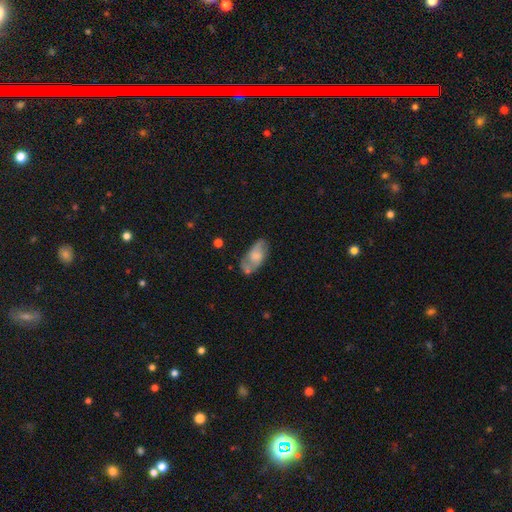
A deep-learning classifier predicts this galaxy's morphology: A smooth galaxy with no disk features (50%) that is in between round and cigar-shaped (90%).

Vote fractions:
- Smooth or featured? smooth: 50% / featured or disk: 42% / star or artifact: 7%
- How rounded? in between: 90% / cigar-shaped: 6% / round: 4%
- Merging? none: 56% / minor disturbance: 26% / major disturbance: 11% / merger: 8%